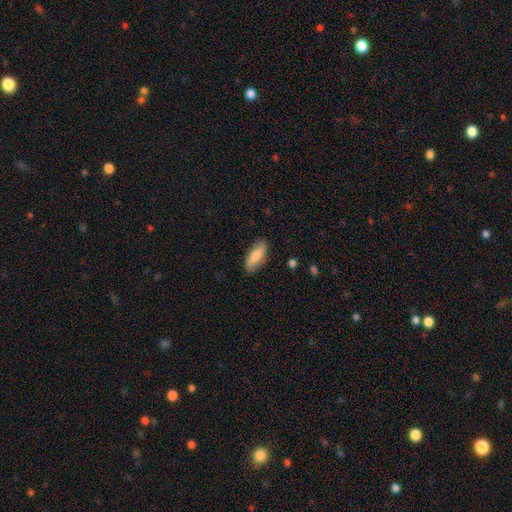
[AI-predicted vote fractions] The model was most divided on "how rounded": in between: 65%, cigar-shaped: 33%, round: 2%. More confident: merging — none (82%); smooth or featured — smooth (74%).